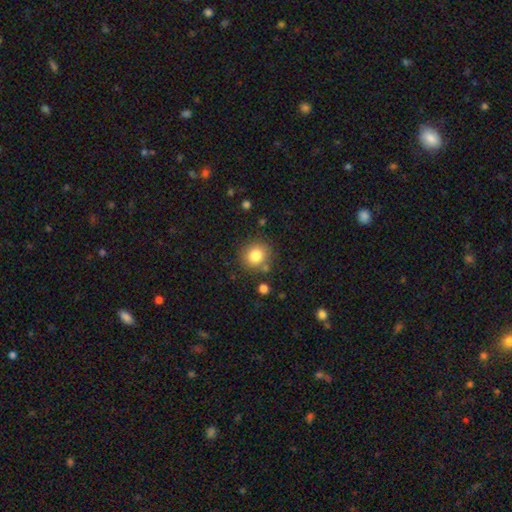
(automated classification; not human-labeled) smooth-or-featured: smooth: 82% | star or artifact: 10% | featured or disk: 7%
  how-rounded: round: 85% | in between: 14% | cigar-shaped: 1%
  merging: none: 80% | minor disturbance: 11% | merger: 6% | major disturbance: 4%